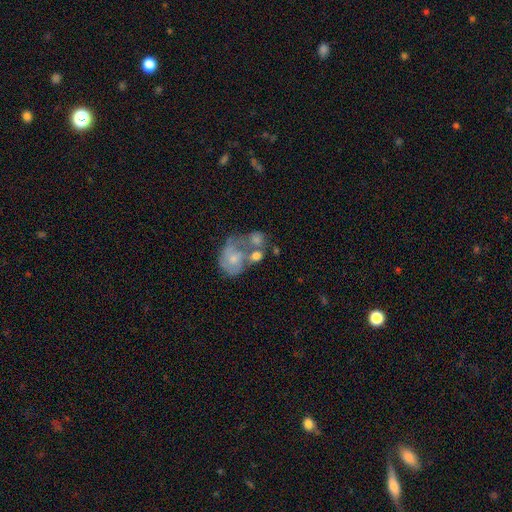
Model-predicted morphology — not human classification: type=smooth (47%); merging=merger (52%).